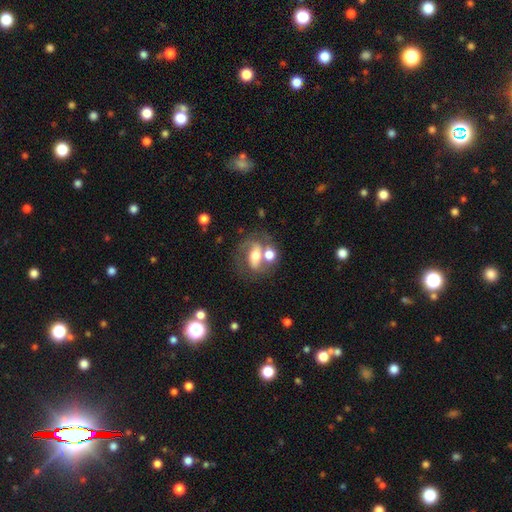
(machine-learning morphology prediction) featured or disk 65%, smooth 26%, star or artifact 9%. Down the decision tree: edge-on disk — no (95%); bar — strong (36%); spiral arms — yes (80%); bulge size — moderate (60%); merging — none (44%).